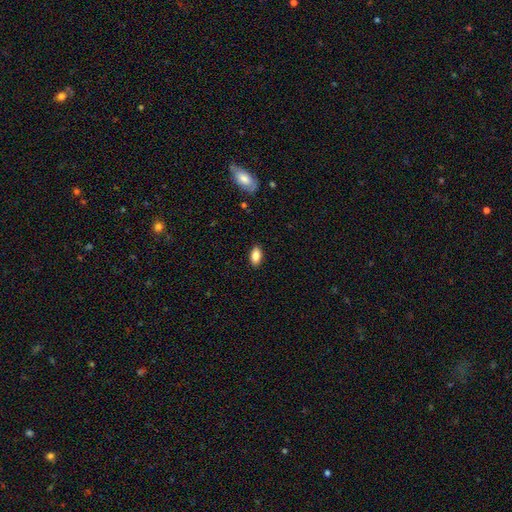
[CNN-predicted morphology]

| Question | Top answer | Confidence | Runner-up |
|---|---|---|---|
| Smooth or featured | smooth | 87% | star or artifact (8%) |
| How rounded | in between | 91% | cigar-shaped (5%) |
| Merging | none | 88% | minor disturbance (9%) |